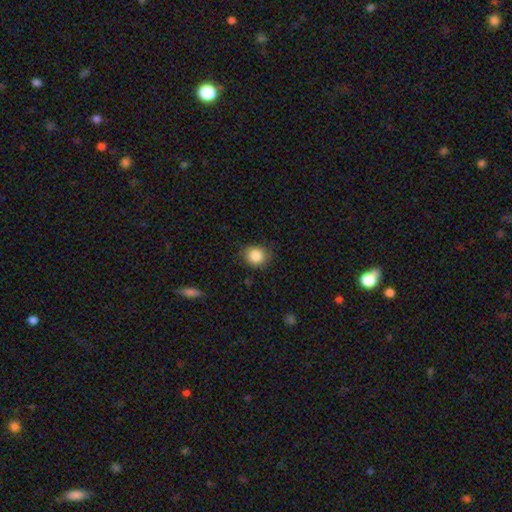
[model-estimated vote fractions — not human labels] This appears to be a smooth galaxy with no disk features (86%) that is round (80%). Merging: none (82%).